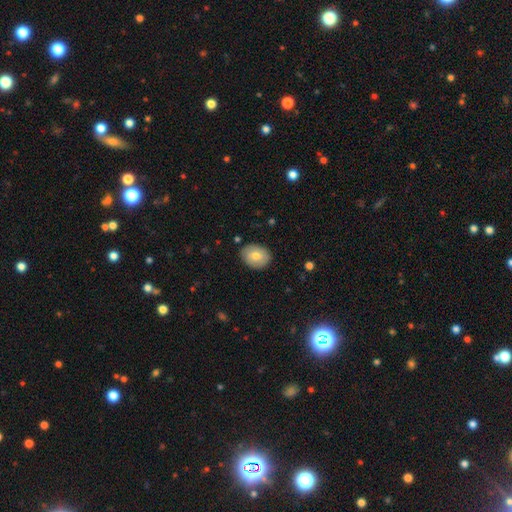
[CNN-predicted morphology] smooth_or_featured: smooth (p=0.73) [alt: featured or disk p=0.20]
how_rounded: in between (p=0.62) [alt: round p=0.38]
merging: none (p=0.85) [alt: minor disturbance p=0.11]